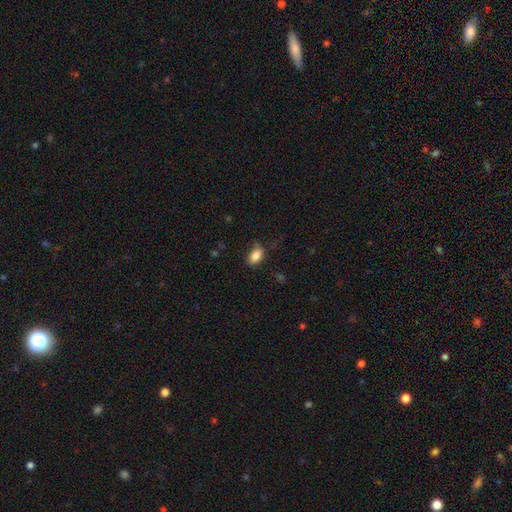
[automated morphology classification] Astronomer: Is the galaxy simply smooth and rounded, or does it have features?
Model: smooth — 86%.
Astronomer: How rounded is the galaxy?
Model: in between — 89%.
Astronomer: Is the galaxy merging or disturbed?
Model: none — 74%.